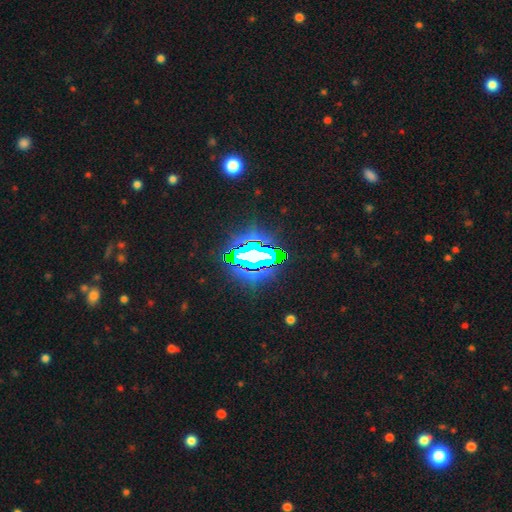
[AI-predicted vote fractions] Smooth or featured: star or artifact — 74% (featured or disk — 13%)